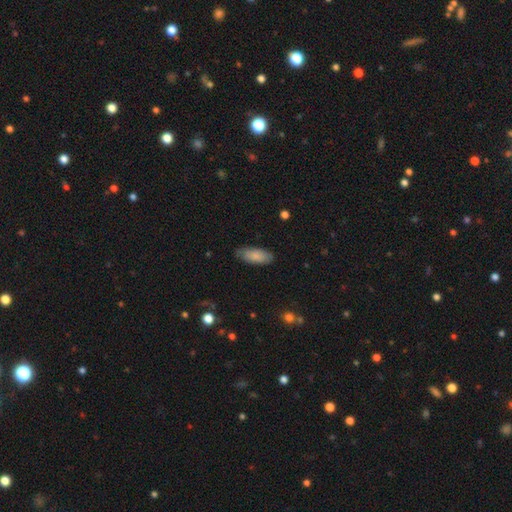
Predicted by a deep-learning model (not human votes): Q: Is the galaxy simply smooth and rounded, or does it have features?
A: smooth — 84%.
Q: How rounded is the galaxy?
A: in between — 83%.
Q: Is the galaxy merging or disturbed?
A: none — 79%.